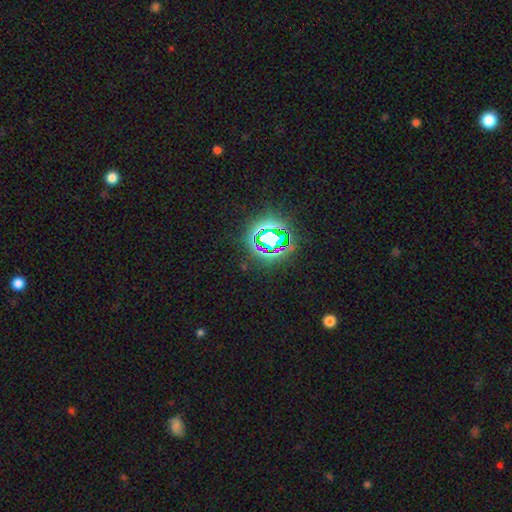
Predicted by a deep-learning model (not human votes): smooth-or-featured: star or artifact: 83% | smooth: 11% | featured or disk: 6%